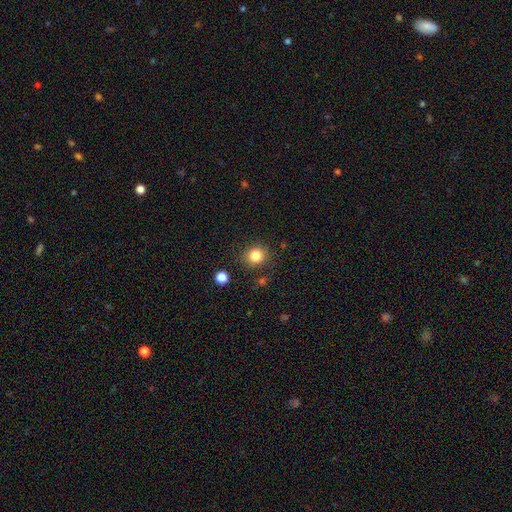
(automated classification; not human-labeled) Smooth or featured? Predicted: smooth (p=0.83). How rounded? Predicted: round (p=0.85). Merging? Predicted: none (p=0.85).